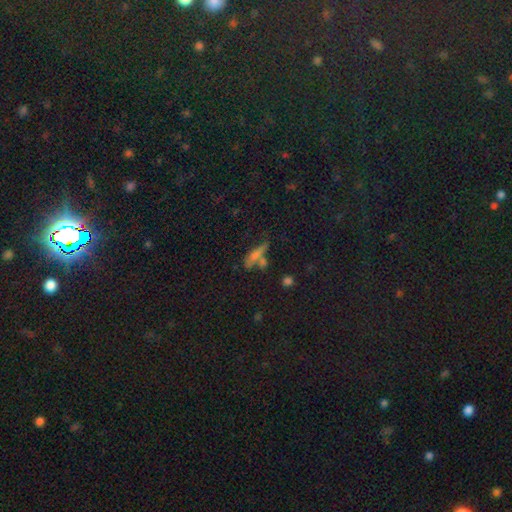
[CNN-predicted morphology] smooth 51%, featured or disk 29%, star or artifact 20%. Down the decision tree: how rounded — cigar-shaped (64%); merging — none (52%).